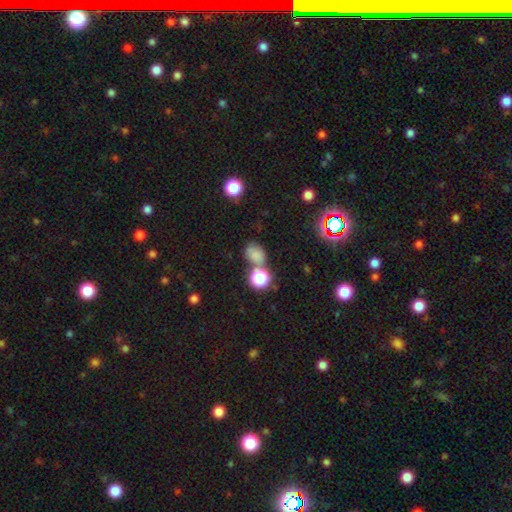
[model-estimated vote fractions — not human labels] Smooth or featured: smooth — 70% (star or artifact — 22%)
How rounded: round — 51% (in between — 47%)
Merging: none — 49% (merger — 29%)